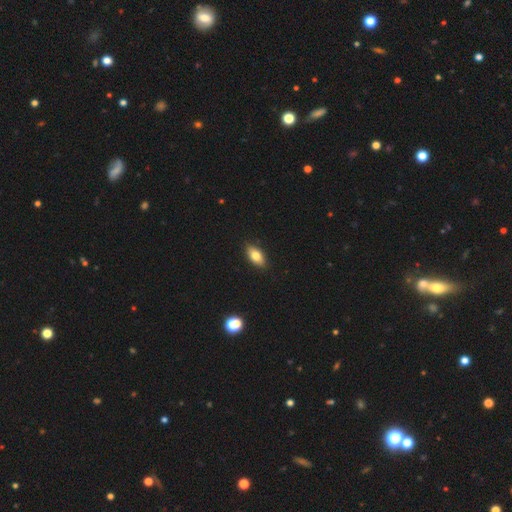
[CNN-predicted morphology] Smooth or featured: smooth — 79% (featured or disk — 14%)
How rounded: in between — 88% (cigar-shaped — 7%)
Merging: none — 88% (minor disturbance — 9%)